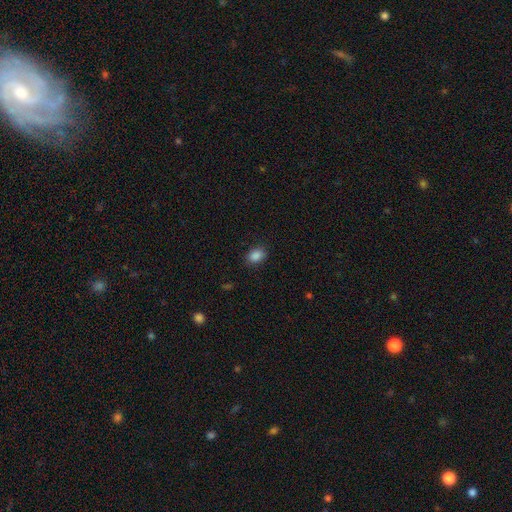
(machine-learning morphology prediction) smooth_or_featured: smooth (p=0.87) [alt: star or artifact p=0.10]
how_rounded: in between (p=0.75) [alt: round p=0.24]
merging: none (p=0.85) [alt: minor disturbance p=0.11]